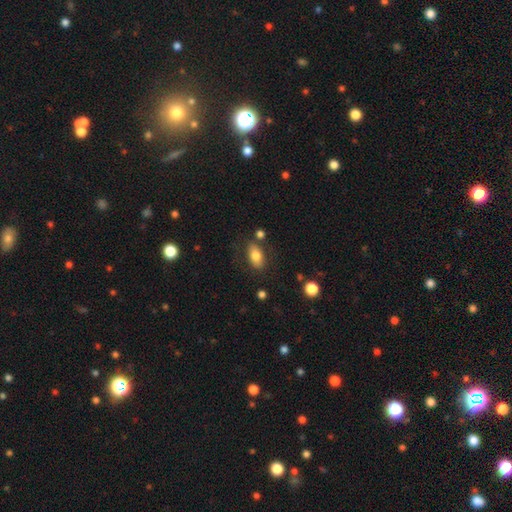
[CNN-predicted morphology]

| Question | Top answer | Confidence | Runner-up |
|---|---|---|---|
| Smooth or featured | smooth | 78% | featured or disk (14%) |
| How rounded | in between | 89% | round (7%) |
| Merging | none | 76% | minor disturbance (14%) |